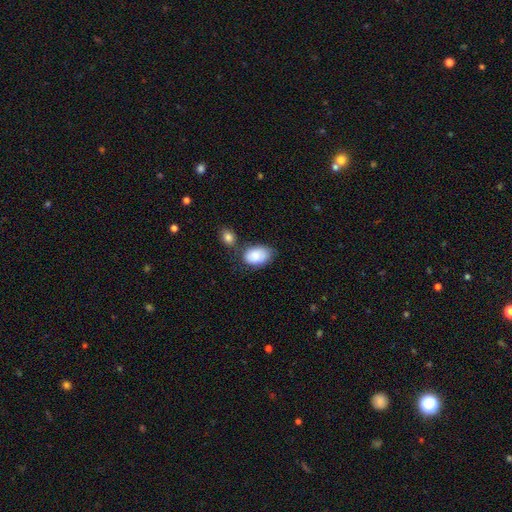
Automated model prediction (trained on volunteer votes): Smooth or featured? Predicted: smooth (p=0.86). How rounded? Predicted: in between (p=0.90). Merging? Predicted: none (p=0.57).